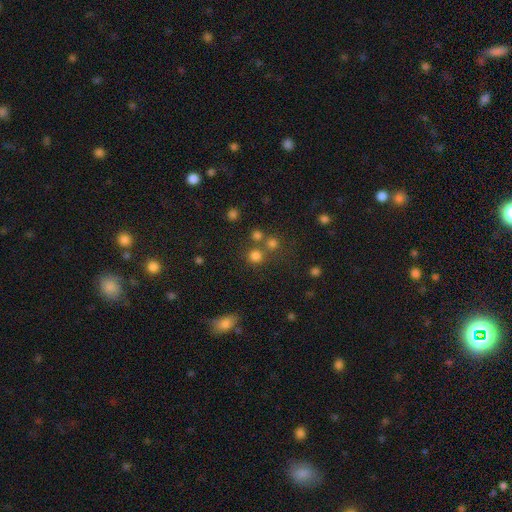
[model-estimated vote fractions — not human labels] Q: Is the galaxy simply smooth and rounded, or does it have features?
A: smooth — 76%.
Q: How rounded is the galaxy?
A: round — 91%.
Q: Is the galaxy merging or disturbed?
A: none — 69%.